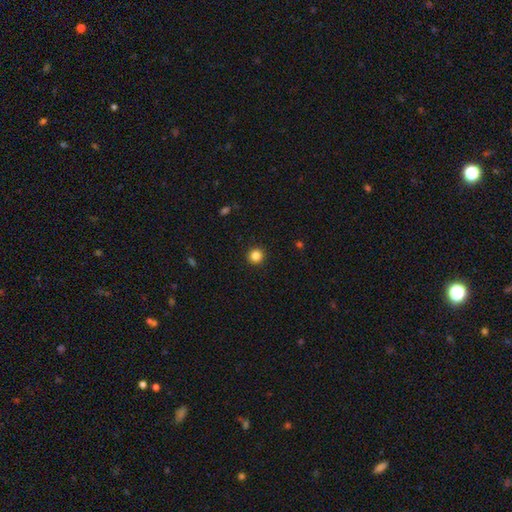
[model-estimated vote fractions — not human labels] Smooth or featured? smooth (84%)
How rounded? round (95%)
Merging? none (93%)